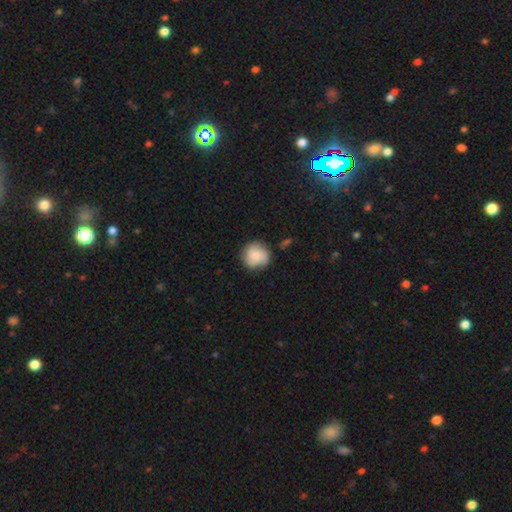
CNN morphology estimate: smooth_or_featured: smooth (p=0.71) [alt: featured or disk p=0.22]
how_rounded: round (p=0.91) [alt: in between p=0.08]
merging: none (p=0.78) [alt: minor disturbance p=0.16]